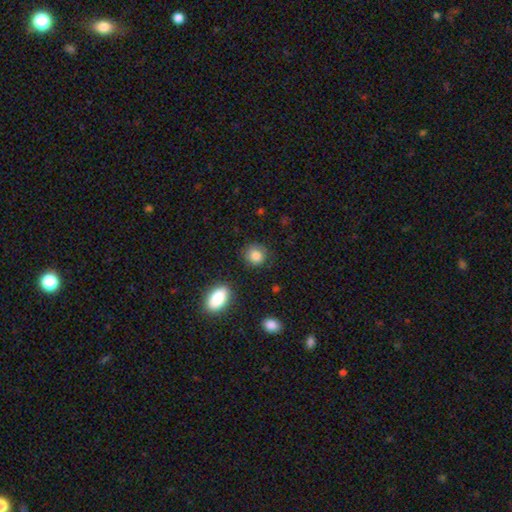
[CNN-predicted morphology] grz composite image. It shows a smooth galaxy with no disk features (85%) that is round (83%). Merging: none (78%).